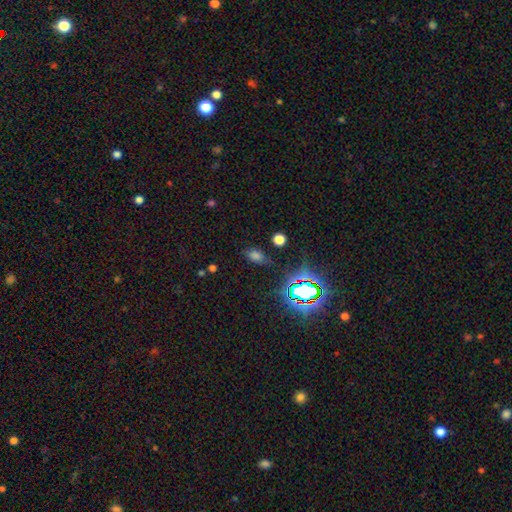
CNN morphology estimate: smooth-or-featured: smooth: 54% | star or artifact: 38% | featured or disk: 8%
  how-rounded: in between: 79% | round: 16% | cigar-shaped: 4%
  merging: none: 74% | minor disturbance: 16% | major disturbance: 6% | merger: 3%